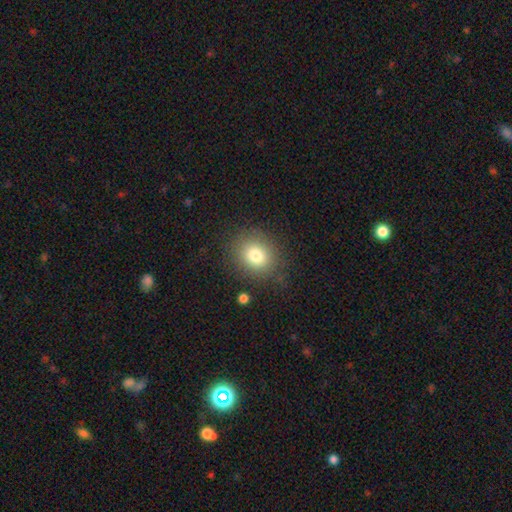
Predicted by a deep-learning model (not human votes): Morphology: type=smooth (79%); roundness=round (73%); merging=none (84%).